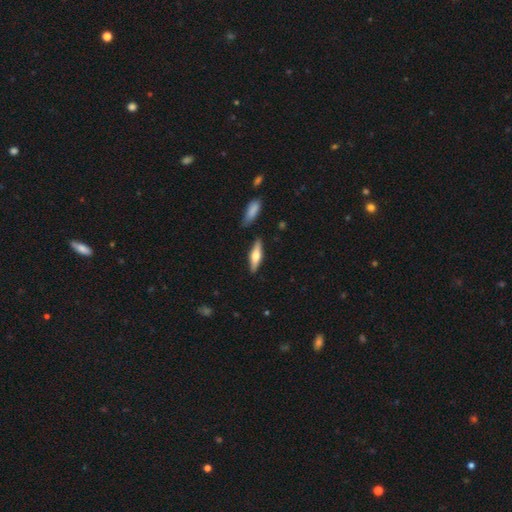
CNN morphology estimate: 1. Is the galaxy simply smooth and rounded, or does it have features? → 48% smooth, 47% featured or disk, 6% star or artifact.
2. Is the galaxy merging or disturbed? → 85% none, 10% minor disturbance, 3% merger, 2% major disturbance.